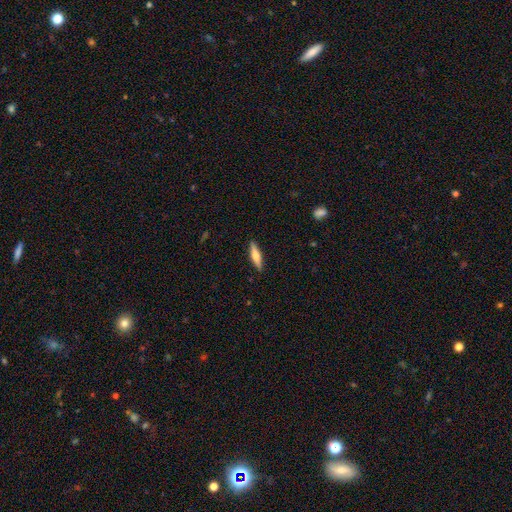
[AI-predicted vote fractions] Smooth or featured? Predicted: smooth (p=0.57). How rounded? Predicted: cigar-shaped (p=0.77). Merging? Predicted: none (p=0.90).